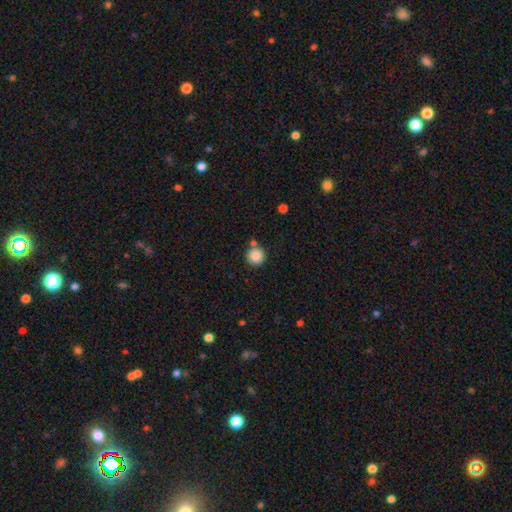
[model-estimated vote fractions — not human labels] Q: Smooth or featured?
A: smooth (86%); runner-up: star or artifact (10%)
Q: How rounded?
A: round (95%); runner-up: in between (4%)
Q: Merging?
A: none (78%); runner-up: merger (12%)